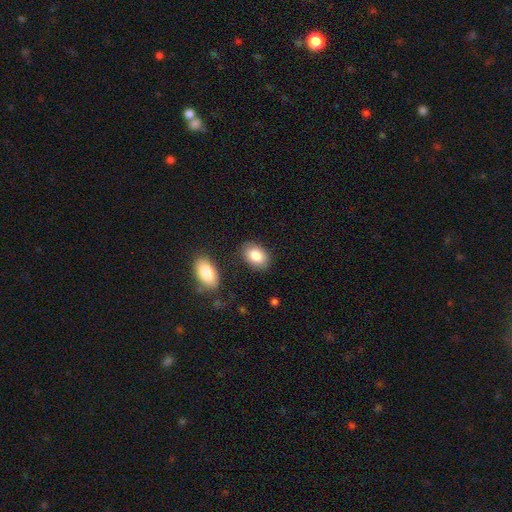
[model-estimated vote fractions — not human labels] A smooth galaxy with no disk features (86%) that is in between round and cigar-shaped (85%).

Vote fractions:
- Smooth or featured? smooth: 86% / featured or disk: 7% / star or artifact: 7%
- How rounded? in between: 85% / round: 14% / cigar-shaped: 1%
- Merging? none: 80% / minor disturbance: 13% / merger: 4% / major disturbance: 3%